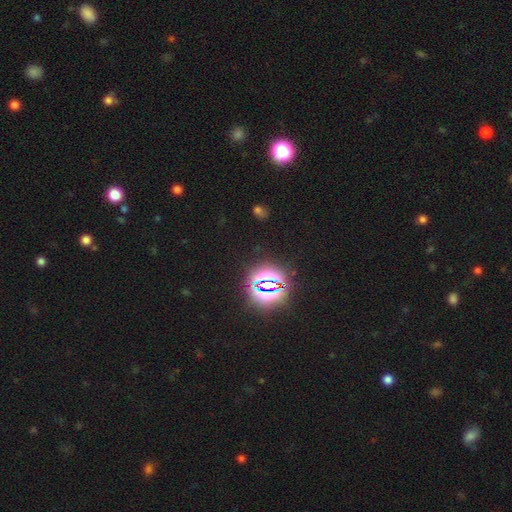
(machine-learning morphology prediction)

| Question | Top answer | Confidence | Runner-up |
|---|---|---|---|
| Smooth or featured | star or artifact | 81% | smooth (13%) |